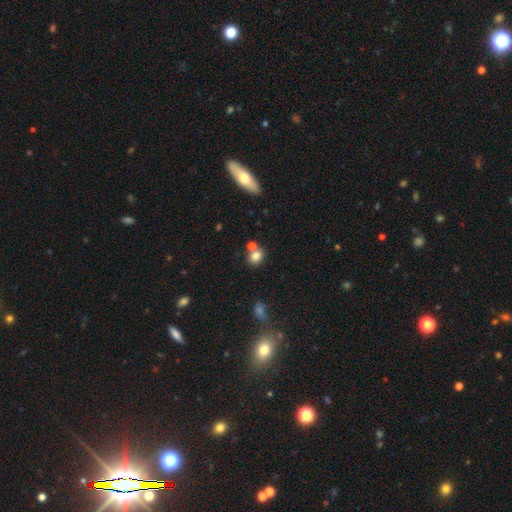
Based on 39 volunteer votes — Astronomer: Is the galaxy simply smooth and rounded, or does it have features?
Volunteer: smooth — 85%.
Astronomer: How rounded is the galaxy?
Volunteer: round — 64%.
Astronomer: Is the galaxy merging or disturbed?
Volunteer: none — 71%.